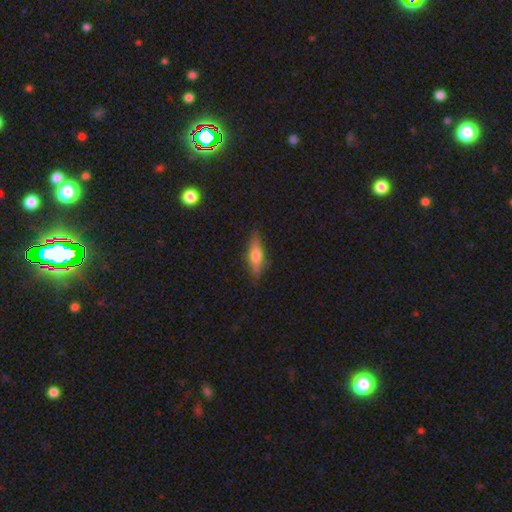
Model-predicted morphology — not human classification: This is possibly a smooth galaxy (49%). Merging: clearly none (83%).